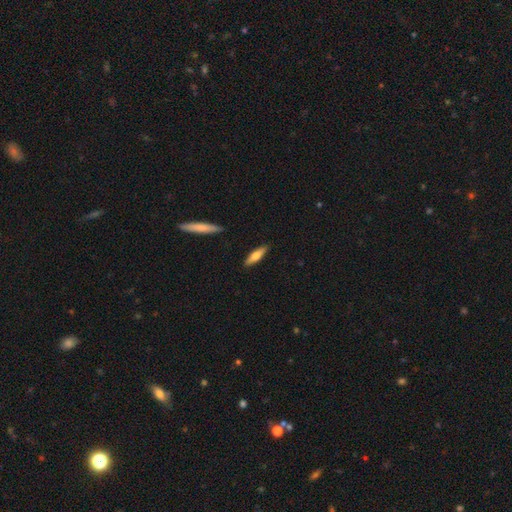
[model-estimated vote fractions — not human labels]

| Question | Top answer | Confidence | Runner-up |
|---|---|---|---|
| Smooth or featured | smooth | 65% | featured or disk (30%) |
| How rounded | cigar-shaped | 63% | in between (35%) |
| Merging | none | 88% | minor disturbance (8%) |